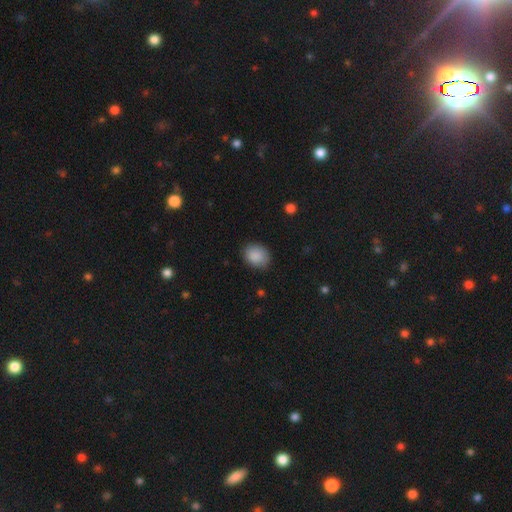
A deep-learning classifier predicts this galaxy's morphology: smooth-or-featured: smooth: 89% | star or artifact: 7% | featured or disk: 3%
  how-rounded: in between: 51% | round: 48% | cigar-shaped: 1%
  merging: none: 85% | minor disturbance: 11% | major disturbance: 3% | merger: 1%